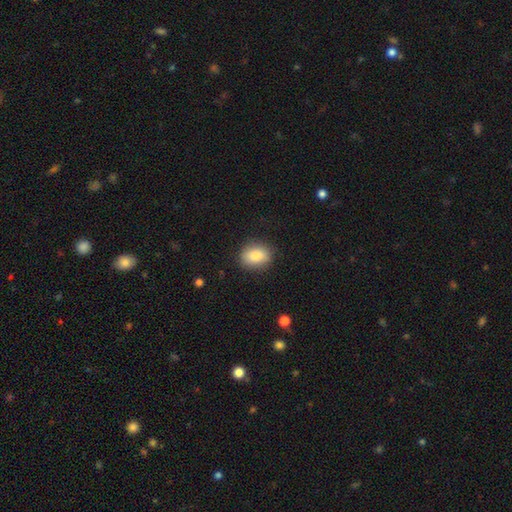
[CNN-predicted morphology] Smooth or featured? Predicted: smooth (p=0.84). How rounded? Predicted: in between (p=0.64). Merging? Predicted: none (p=0.85).